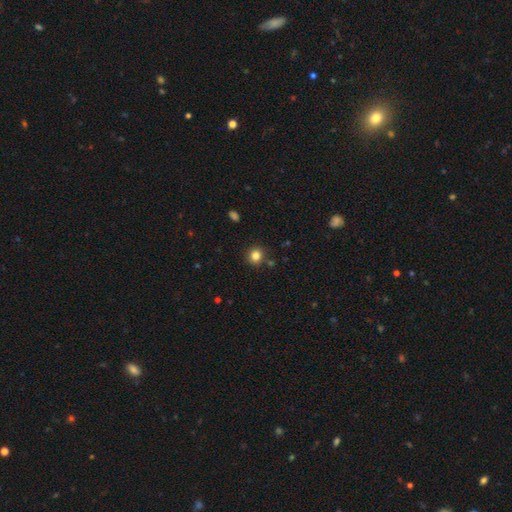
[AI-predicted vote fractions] Smooth or featured?
  - smooth: 82% *
  - star or artifact: 12%
  - featured or disk: 5%
How rounded?
  - round: 87% *
  - in between: 12%
  - cigar-shaped: 1%
Merging?
  - none: 86% *
  - minor disturbance: 8%
  - merger: 3%
  - major disturbance: 2%